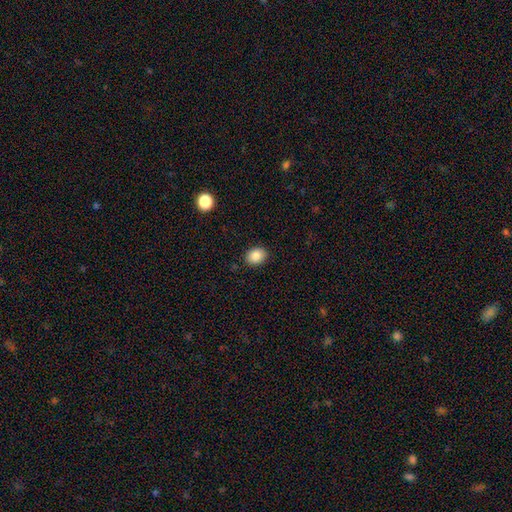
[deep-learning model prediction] A smooth galaxy with no disk features (87%) that is in between round and cigar-shaped (54%). Merging: none (89%).